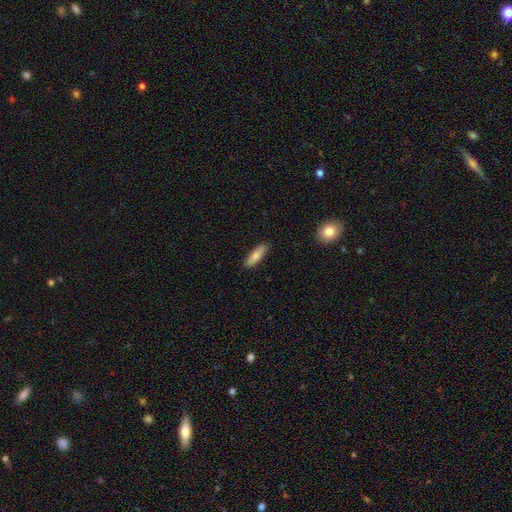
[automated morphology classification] Smooth or featured? smooth (77%)
How rounded? cigar-shaped (58%)
Merging? none (88%)